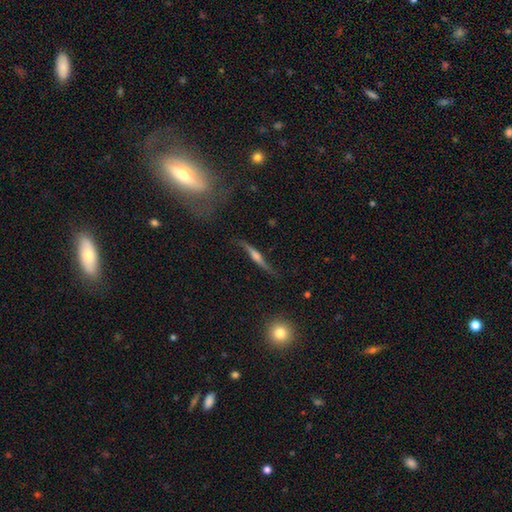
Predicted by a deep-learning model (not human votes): smooth-or-featured: featured or disk: 76% | smooth: 16% | star or artifact: 7%
  disk-edge-on: yes: 81% | no: 19%
    edge-on-bulge: rounded: 74% | boxy: 13% | none: 12%
  merging: none: 69% | minor disturbance: 20% | major disturbance: 8% | merger: 3%